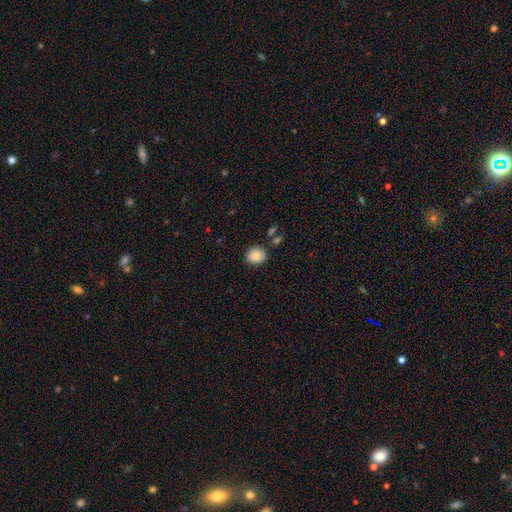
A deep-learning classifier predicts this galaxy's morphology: Overall: smooth (86%). How rounded: round (67%; in between 32%). Merging: none (80%).